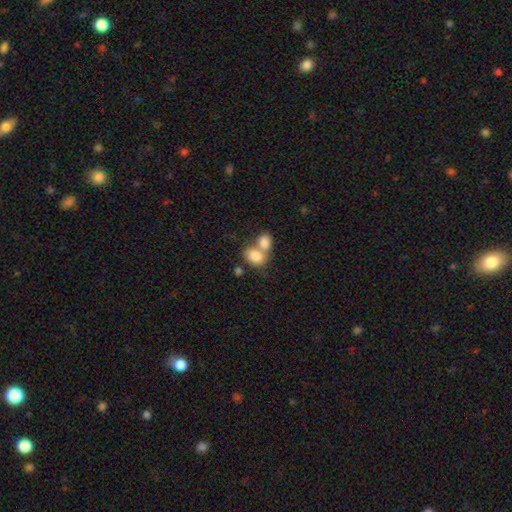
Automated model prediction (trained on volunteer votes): Smooth or featured?
  - smooth: 81% *
  - featured or disk: 11%
  - star or artifact: 8%
How rounded?
  - in between: 76% *
  - round: 23%
  - cigar-shaped: 1%
Merging?
  - merger: 64% *
  - none: 25%
  - minor disturbance: 7%
  - major disturbance: 4%